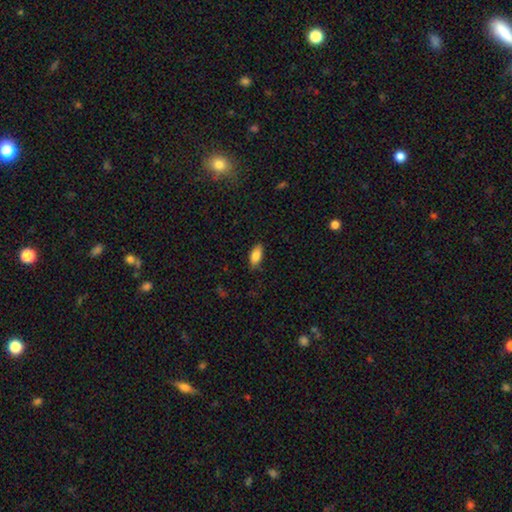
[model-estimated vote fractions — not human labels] A smooth galaxy with no disk features (85%) that is in between round and cigar-shaped (90%). Merging: none (81%).